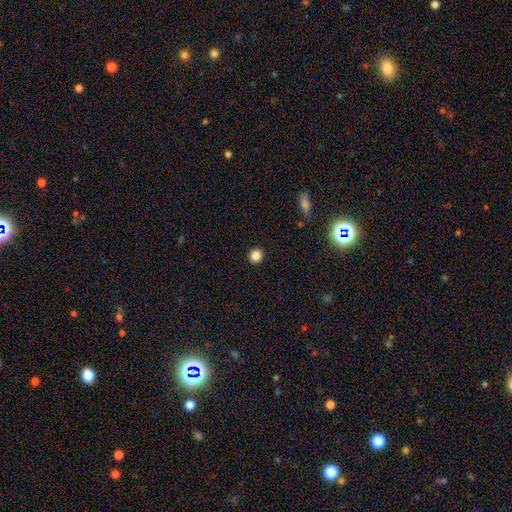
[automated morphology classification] smooth 85%, star or artifact 11%, featured or disk 3%. Down the decision tree: how rounded — round (94%); merging — none (93%).